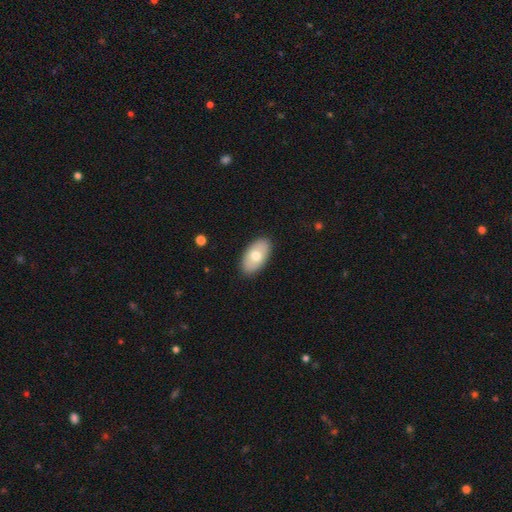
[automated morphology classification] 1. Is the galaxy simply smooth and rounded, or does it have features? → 71% smooth, 24% featured or disk, 6% star or artifact.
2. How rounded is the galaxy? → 95% in between, 4% round, 2% cigar-shaped.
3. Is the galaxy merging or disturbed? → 88% none, 9% minor disturbance, 2% major disturbance, 1% merger.